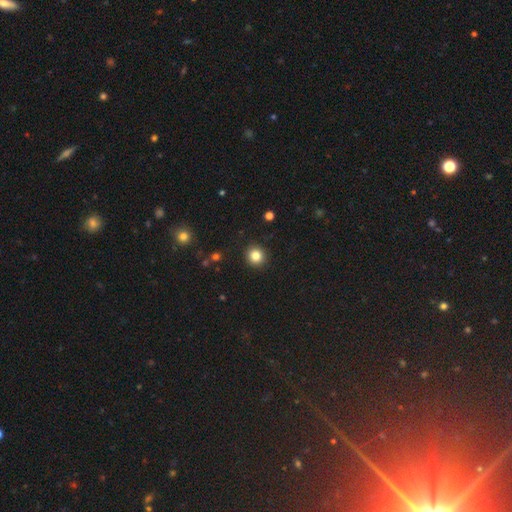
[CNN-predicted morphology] This is clearly a smooth galaxy (83%). How rounded: clearly round (91%). Merging: clearly none (92%).